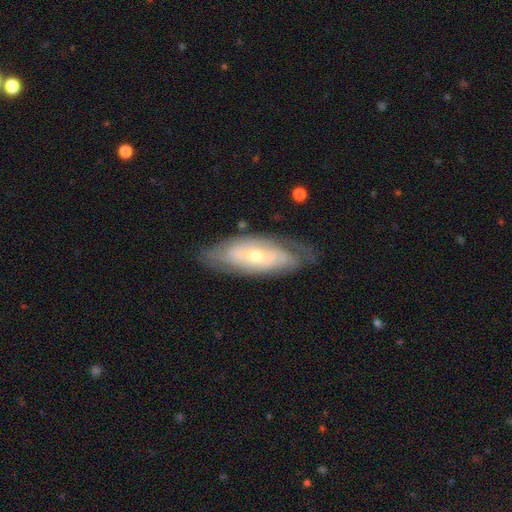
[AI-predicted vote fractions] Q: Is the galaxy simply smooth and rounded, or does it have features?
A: featured or disk — 71%.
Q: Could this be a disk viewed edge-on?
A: no — 84%.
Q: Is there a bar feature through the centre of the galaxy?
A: no — 74%.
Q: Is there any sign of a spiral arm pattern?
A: yes — 76%.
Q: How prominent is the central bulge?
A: small — 48%, tied with moderate.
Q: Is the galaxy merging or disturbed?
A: none — 72%.